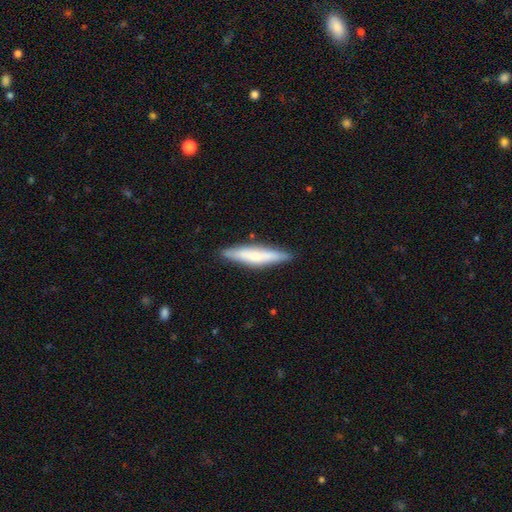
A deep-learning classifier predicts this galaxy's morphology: This appears to be a smooth galaxy with no disk features (58%) that is cigar-shaped (88%). Merging: none (85%).